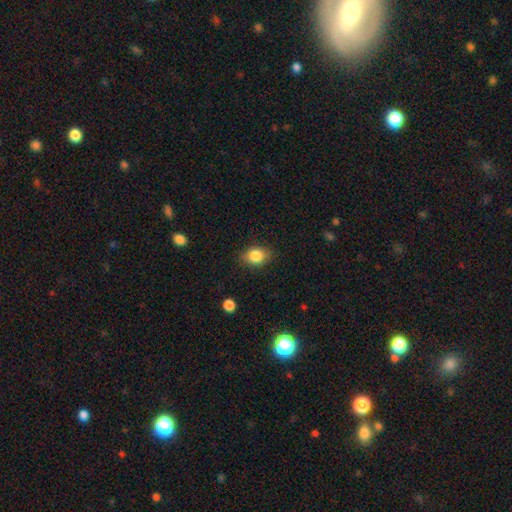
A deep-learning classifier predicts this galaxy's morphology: Smooth or featured: smooth — 84% (star or artifact — 9%)
How rounded: in between — 64% (round — 35%)
Merging: none — 83% (minor disturbance — 13%)